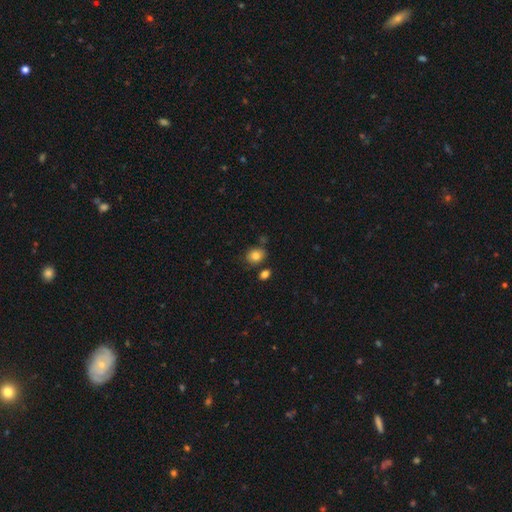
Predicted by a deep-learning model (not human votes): A smooth galaxy with no disk features (82%) that is round (56%). Merging: none (74%).